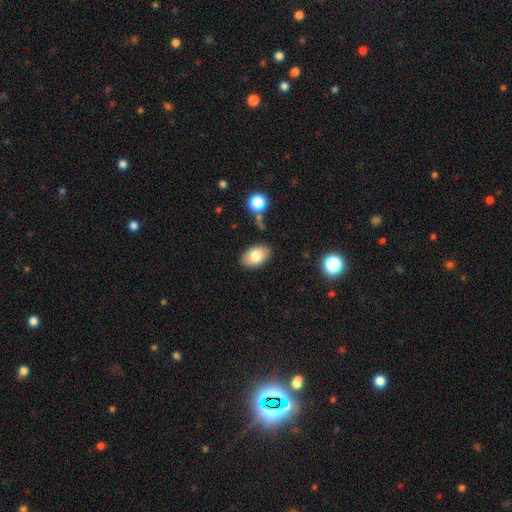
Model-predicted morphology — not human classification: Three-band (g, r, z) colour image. It shows a smooth galaxy with no disk features (79%) that is in between round and cigar-shaped (90%). Merging: none (84%).